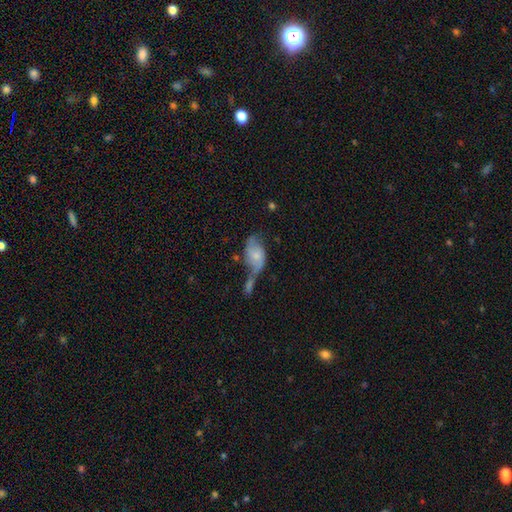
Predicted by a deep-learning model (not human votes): smooth-or-featured: featured or disk: 54% | smooth: 38% | star or artifact: 8%
  disk-edge-on: no: 95% | yes: 5%
    bar: no: 66% | weak: 28% | strong: 6%
    has-spiral-arms: yes: 79% | no: 21%
    bulge-size: small: 43% | moderate: 32% | none: 17% | large: 5% | dominant: 2%
  merging: merger: 41% | none: 24% | major disturbance: 18% | minor disturbance: 17%